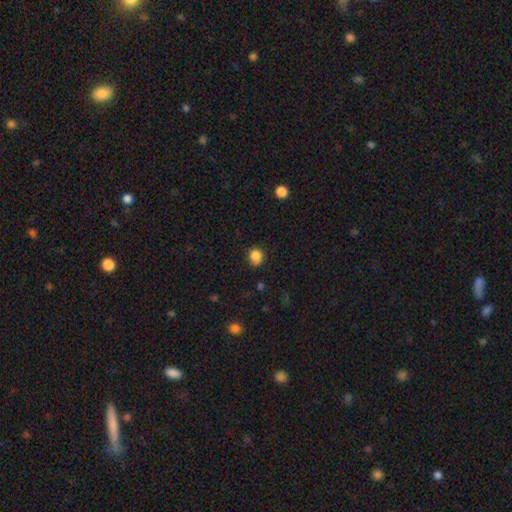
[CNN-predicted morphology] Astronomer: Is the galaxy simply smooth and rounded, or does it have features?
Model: smooth — 85%.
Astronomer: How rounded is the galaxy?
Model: round — 75%.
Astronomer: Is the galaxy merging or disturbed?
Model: none — 69%.